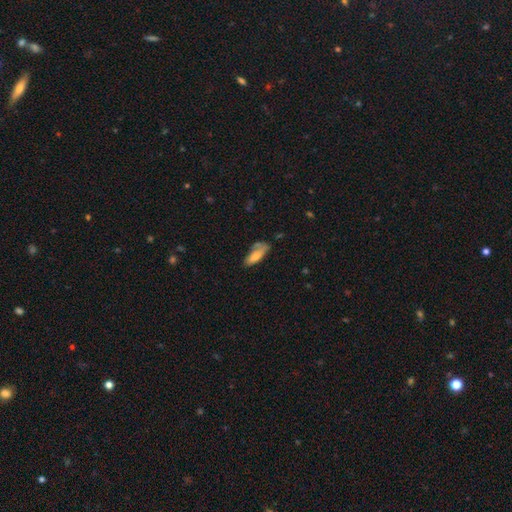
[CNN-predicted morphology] This is likely a smooth galaxy (73%). How rounded: likely in between (70%). Merging: possibly none (49%).